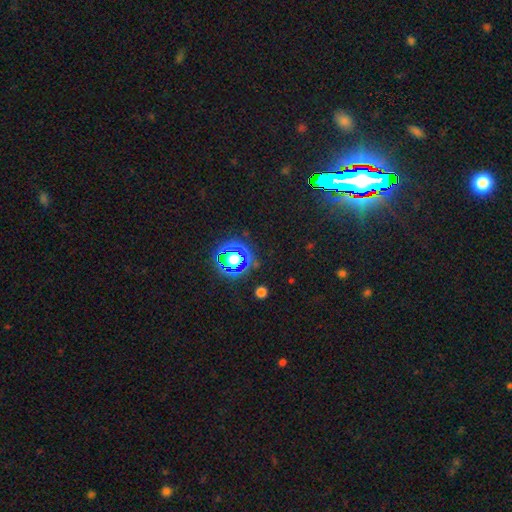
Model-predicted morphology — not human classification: Smooth or featured: star or artifact — 81% (smooth — 11%)